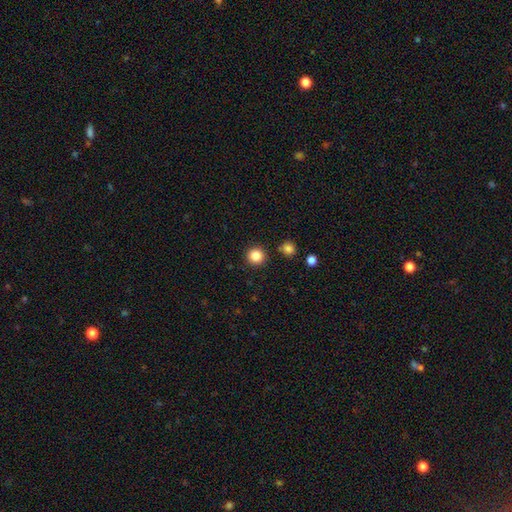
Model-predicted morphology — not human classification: Smooth or featured: smooth — 86% (star or artifact — 11%)
How rounded: round — 94% (in between — 5%)
Merging: none — 90% (minor disturbance — 5%)